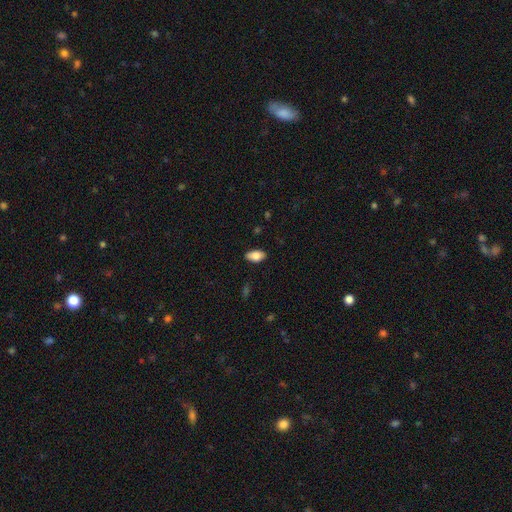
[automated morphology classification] Smooth or featured? smooth (82%)
How rounded? in between (92%)
Merging? none (85%)